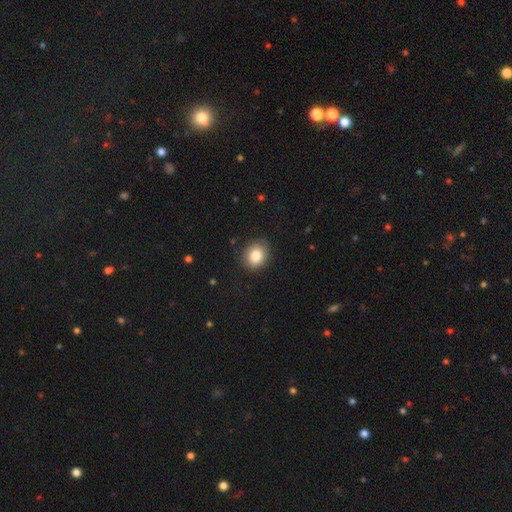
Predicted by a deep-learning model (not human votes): Smooth or featured: smooth — 84% (star or artifact — 9%)
How rounded: round — 61% (in between — 38%)
Merging: none — 85% (minor disturbance — 11%)